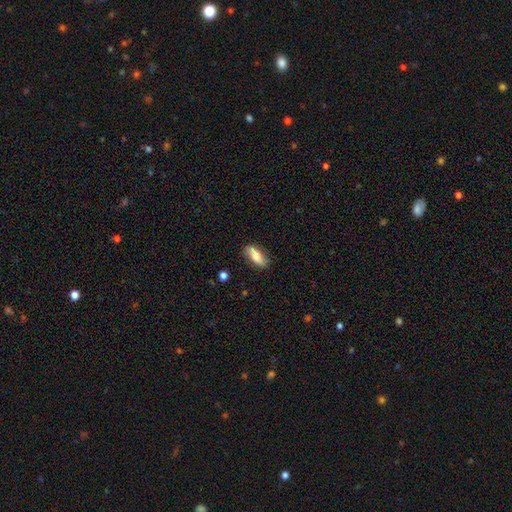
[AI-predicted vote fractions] Smooth or featured?
  - smooth: 63% *
  - featured or disk: 30%
  - star or artifact: 7%
How rounded?
  - in between: 74% *
  - cigar-shaped: 23%
  - round: 4%
Merging?
  - none: 80% *
  - minor disturbance: 15%
  - major disturbance: 3%
  - merger: 2%